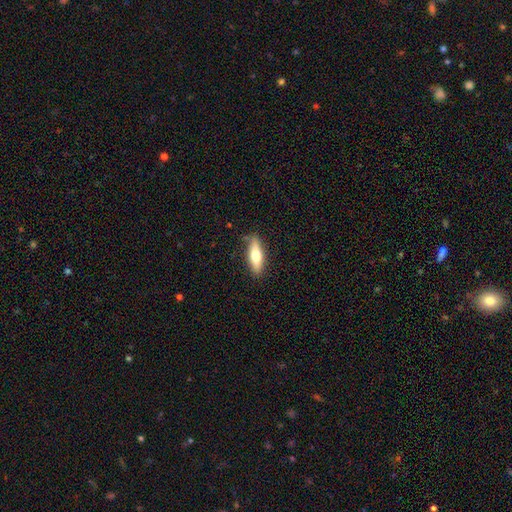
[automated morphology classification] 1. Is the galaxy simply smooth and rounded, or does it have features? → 62% smooth, 32% featured or disk, 6% star or artifact.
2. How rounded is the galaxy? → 49% cigar-shaped, 48% in between, 2% round.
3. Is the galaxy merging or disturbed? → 85% none, 12% minor disturbance, 2% major disturbance, 1% merger.